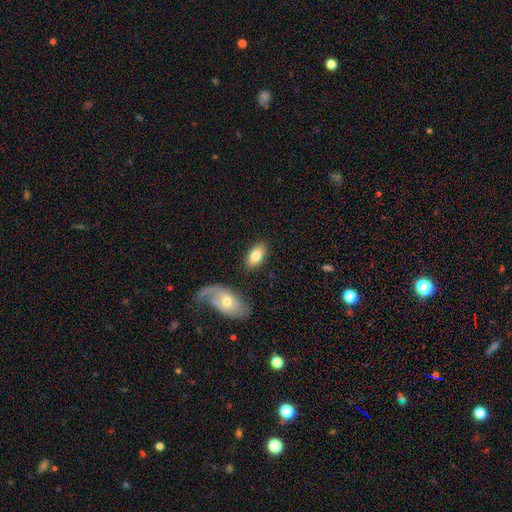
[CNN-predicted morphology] This appears to be a smooth galaxy with no disk features (78%) that is in between round and cigar-shaped (92%). Merging: none (81%).